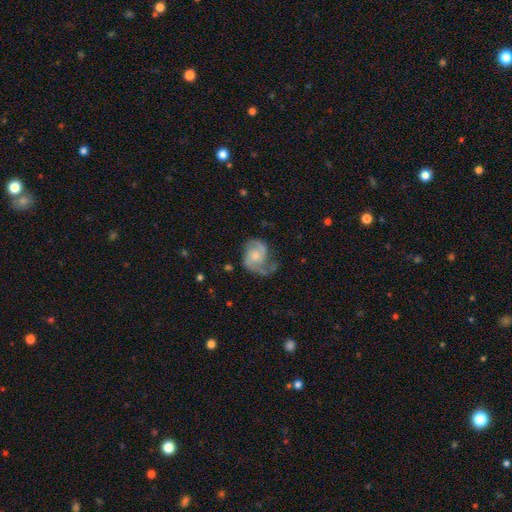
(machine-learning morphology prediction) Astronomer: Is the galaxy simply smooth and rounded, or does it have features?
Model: featured or disk — 79%.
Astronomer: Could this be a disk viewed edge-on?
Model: no — 98%.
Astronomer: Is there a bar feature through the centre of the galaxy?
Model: no — 64%.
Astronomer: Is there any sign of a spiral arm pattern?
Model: yes — 94%.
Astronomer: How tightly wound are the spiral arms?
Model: medium — 50% (runner-up: loose, 29%).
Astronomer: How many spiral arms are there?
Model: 2 — 81%.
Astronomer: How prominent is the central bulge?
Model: moderate — 38% (runner-up: small, 33%).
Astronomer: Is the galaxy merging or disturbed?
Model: none — 49% (runner-up: minor disturbance, 26%).